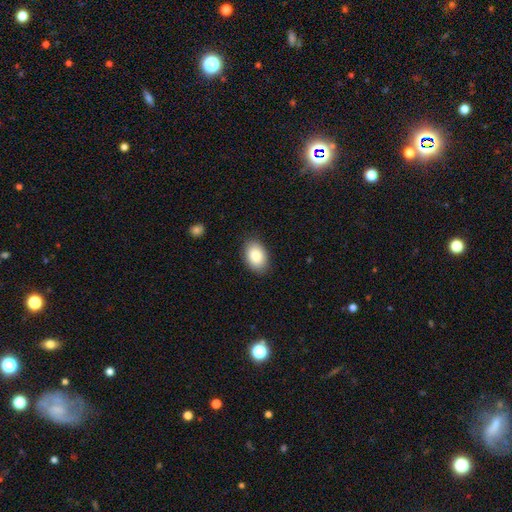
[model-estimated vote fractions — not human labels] Smooth or featured: smooth — 84% (featured or disk — 9%)
How rounded: in between — 85% (round — 14%)
Merging: none — 87% (minor disturbance — 10%)